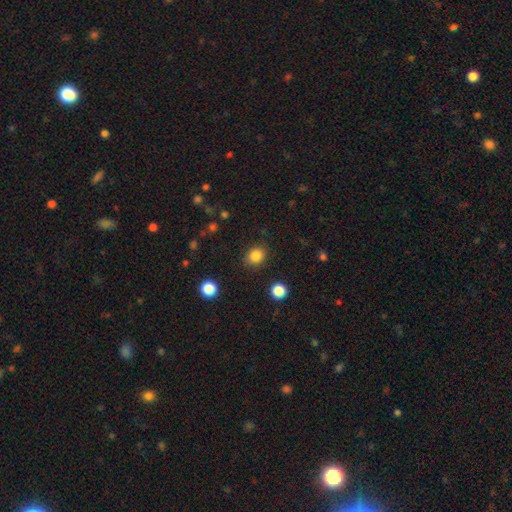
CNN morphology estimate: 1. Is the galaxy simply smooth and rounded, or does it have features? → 84% smooth, 12% star or artifact, 4% featured or disk.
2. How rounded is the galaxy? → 67% round, 32% in between, 1% cigar-shaped.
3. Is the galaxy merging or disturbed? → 86% none, 9% minor disturbance, 3% major disturbance, 2% merger.